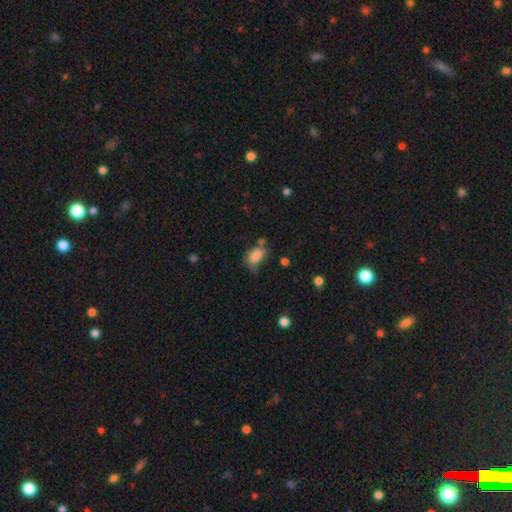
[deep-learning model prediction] smooth_or_featured: smooth (p=0.81) [alt: featured or disk p=0.10]
how_rounded: in between (p=0.86) [alt: round p=0.12]
merging: none (p=0.49) [alt: minor disturbance p=0.28]